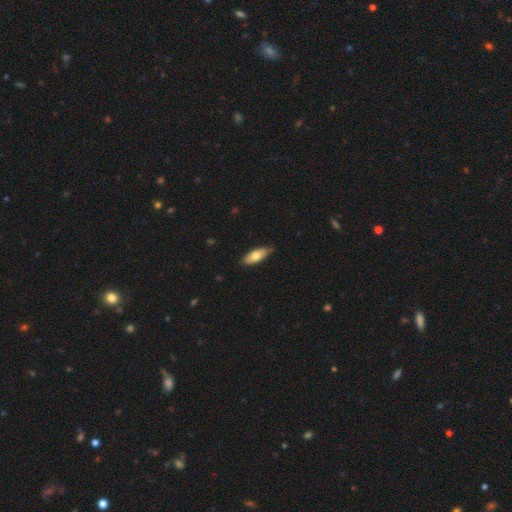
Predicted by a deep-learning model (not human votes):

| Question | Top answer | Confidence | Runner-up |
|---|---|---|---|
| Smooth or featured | smooth | 72% | featured or disk (22%) |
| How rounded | in between | 81% | cigar-shaped (17%) |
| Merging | none | 83% | minor disturbance (15%) |